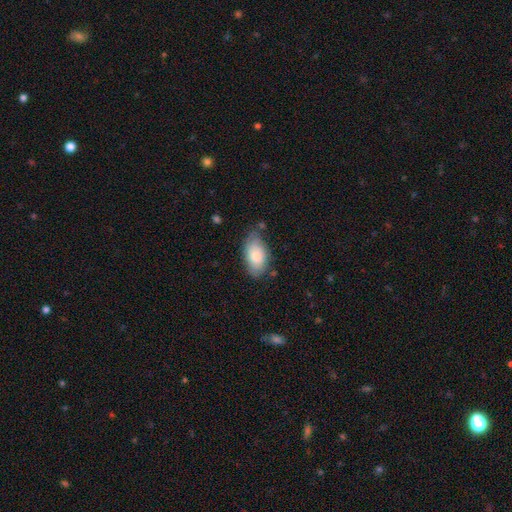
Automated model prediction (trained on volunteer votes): Smooth or featured? smooth (81%)
How rounded? in between (94%)
Merging? none (61%)